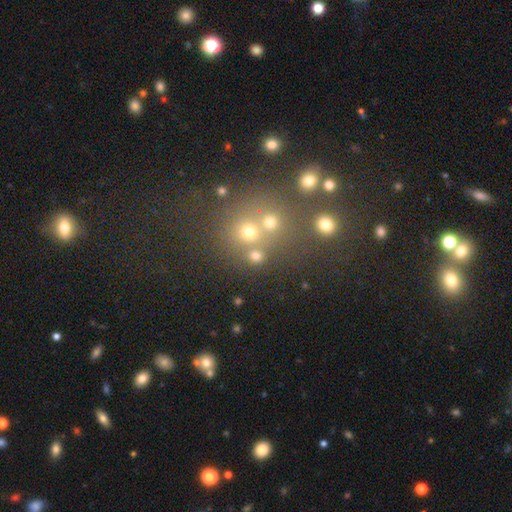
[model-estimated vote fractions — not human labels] Q: Smooth or featured?
A: smooth (70%); runner-up: star or artifact (21%)
Q: How rounded?
A: round (85%); runner-up: in between (14%)
Q: Merging?
A: none (67%); runner-up: merger (22%)